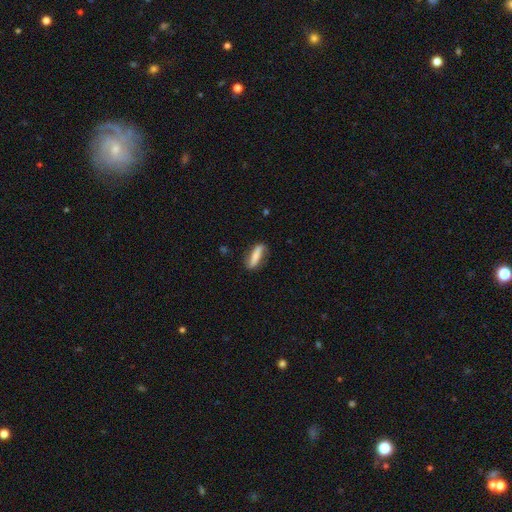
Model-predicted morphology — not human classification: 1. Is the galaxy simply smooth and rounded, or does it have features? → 52% smooth, 40% featured or disk, 7% star or artifact.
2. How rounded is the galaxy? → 57% cigar-shaped, 40% in between, 3% round.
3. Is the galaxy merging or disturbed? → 72% none, 20% minor disturbance, 7% major disturbance, 2% merger.